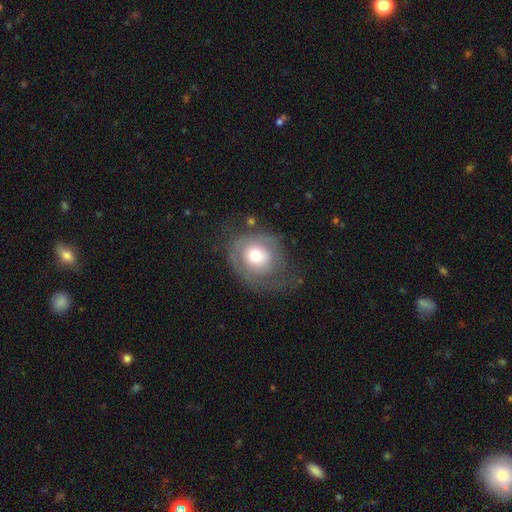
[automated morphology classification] Q: Smooth or featured?
A: smooth (51%); runner-up: featured or disk (41%)
Q: How rounded?
A: round (71%); runner-up: in between (28%)
Q: Merging?
A: none (41%); runner-up: major disturbance (30%)